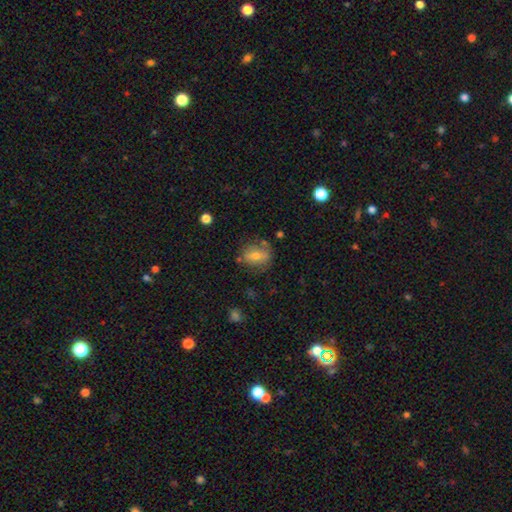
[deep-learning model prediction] smooth-or-featured: smooth: 61% | featured or disk: 30% | star or artifact: 9%
  how-rounded: round: 50% | in between: 49% | cigar-shaped: 2%
  merging: none: 63% | minor disturbance: 22% | major disturbance: 9% | merger: 7%